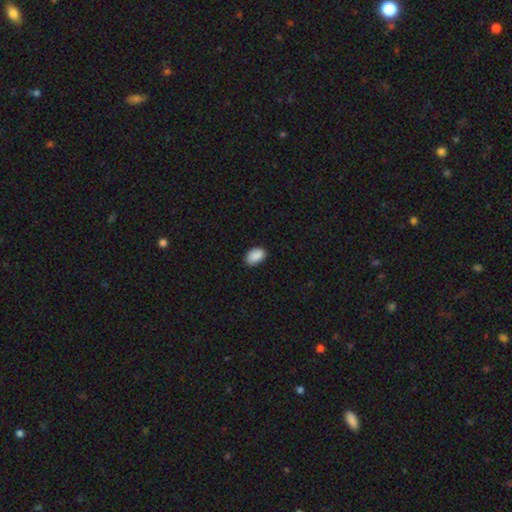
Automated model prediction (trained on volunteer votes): Smooth or featured: smooth — 90% (star or artifact — 7%)
How rounded: in between — 89% (round — 10%)
Merging: none — 84% (minor disturbance — 13%)